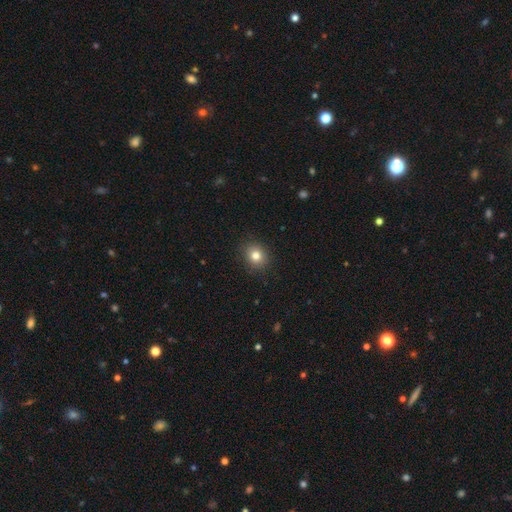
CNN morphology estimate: smooth 81%, star or artifact 11%, featured or disk 8%. Down the decision tree: how rounded — round (72%); merging — none (89%).